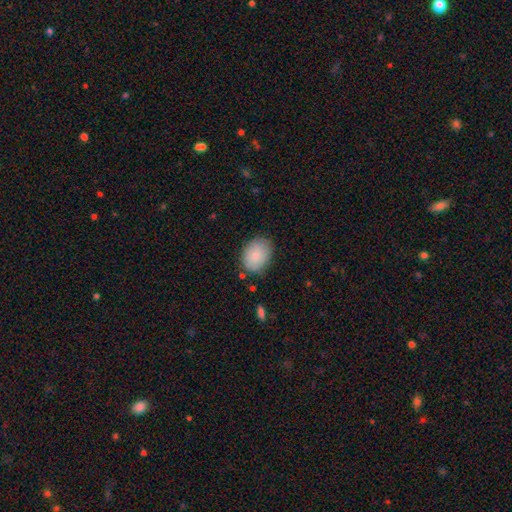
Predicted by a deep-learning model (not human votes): Smooth or featured? smooth (85%)
How rounded? in between (74%)
Merging? none (78%)